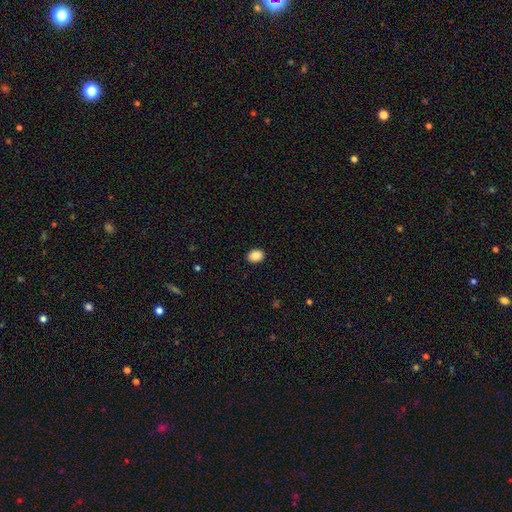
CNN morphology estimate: smooth-or-featured: smooth: 89% | star or artifact: 8% | featured or disk: 3%
  how-rounded: in between: 59% | round: 41% | cigar-shaped: 1%
  merging: none: 91% | minor disturbance: 6% | major disturbance: 2% | merger: 1%